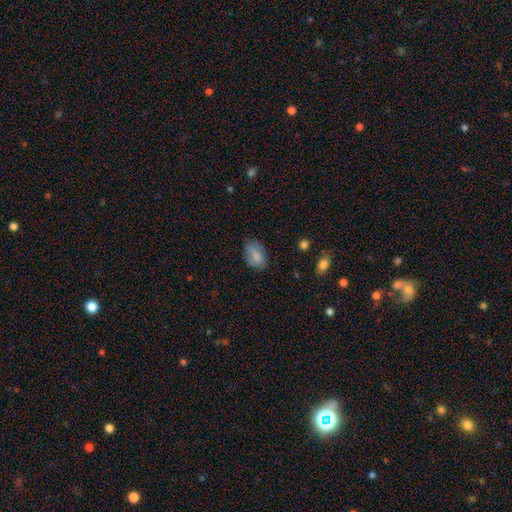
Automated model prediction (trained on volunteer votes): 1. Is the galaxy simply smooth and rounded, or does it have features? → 82% smooth, 10% featured or disk, 7% star or artifact.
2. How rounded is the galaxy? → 87% in between, 12% round, 1% cigar-shaped.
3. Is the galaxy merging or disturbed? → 72% none, 22% minor disturbance, 5% major disturbance, 1% merger.